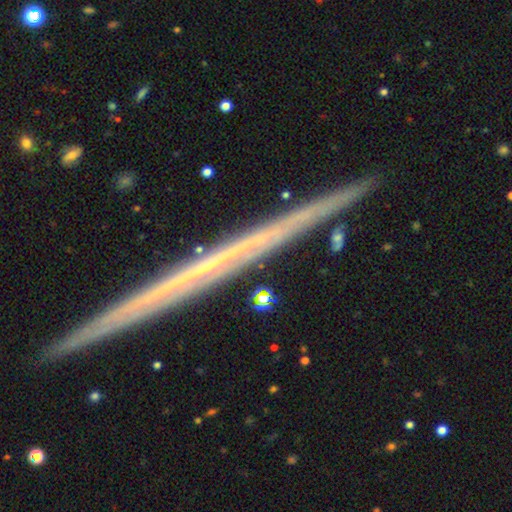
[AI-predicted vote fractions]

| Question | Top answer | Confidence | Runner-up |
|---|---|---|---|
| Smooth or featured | featured or disk | 76% | smooth (16%) |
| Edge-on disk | yes | 98% | no (2%) |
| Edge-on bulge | none | 91% | rounded (6%) |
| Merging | none | 90% | minor disturbance (7%) |